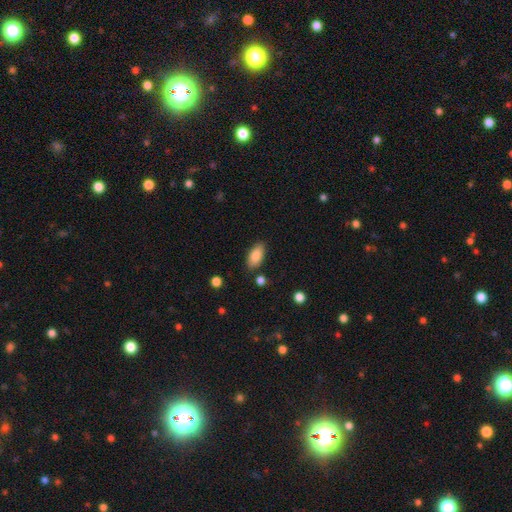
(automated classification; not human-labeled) Overall: smooth (86%). How rounded: in between (91%). Merging: none (82%).